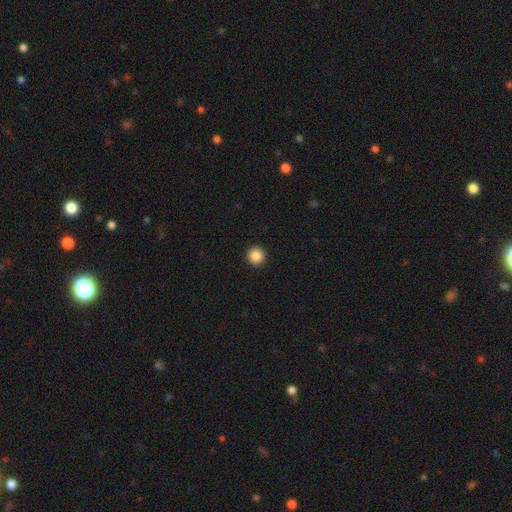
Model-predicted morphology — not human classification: Smooth or featured? smooth (87%)
How rounded? round (96%)
Merging? none (94%)